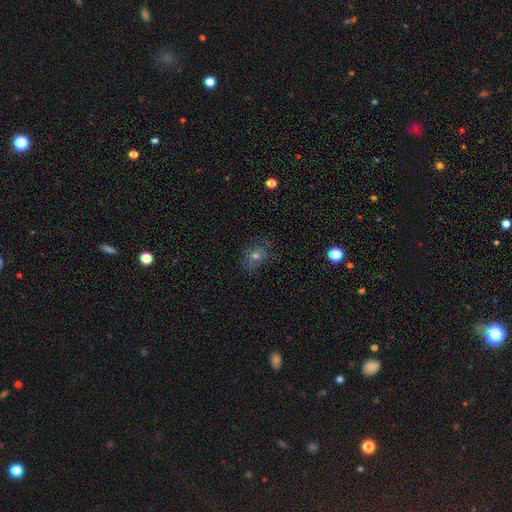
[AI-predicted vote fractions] Morphology: type=smooth (56%); roundness=round (54%); merging=none (74%).